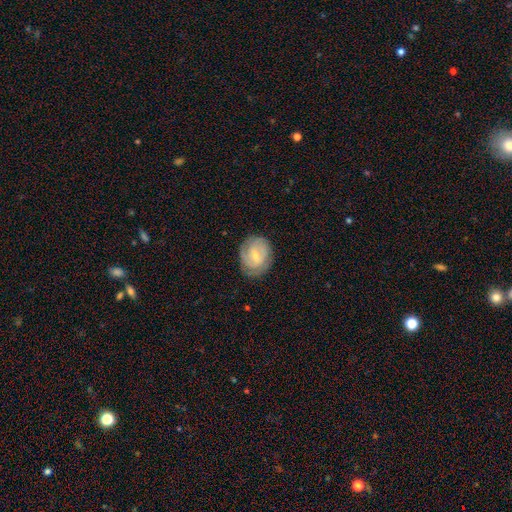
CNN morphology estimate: This appears to be a featured or disk galaxy (63%) with a weak bar (55%), 2 (41%) tight (62%) spiral arms (84%) and a small central bulge (59%). Merging: none (75%).